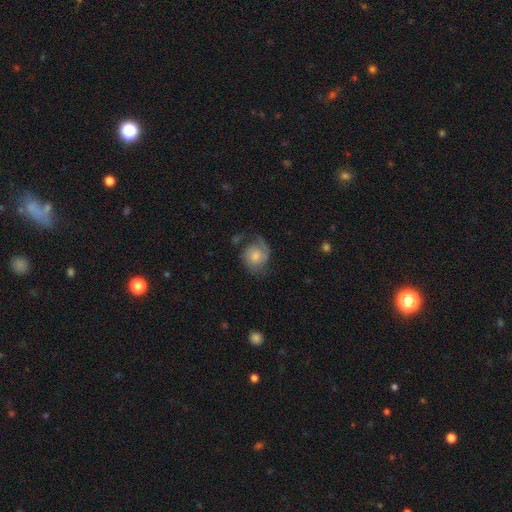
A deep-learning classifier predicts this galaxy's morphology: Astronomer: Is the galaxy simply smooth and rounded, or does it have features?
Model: featured or disk — 57% (runner-up: smooth, 35%).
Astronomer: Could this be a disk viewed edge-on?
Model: no — 97%.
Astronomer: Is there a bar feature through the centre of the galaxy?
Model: no — 70%.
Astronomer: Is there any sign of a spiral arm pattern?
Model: yes — 88%.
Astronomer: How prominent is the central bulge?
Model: moderate — 43% (runner-up: small, 36%).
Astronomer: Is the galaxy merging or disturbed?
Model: none — 52%.